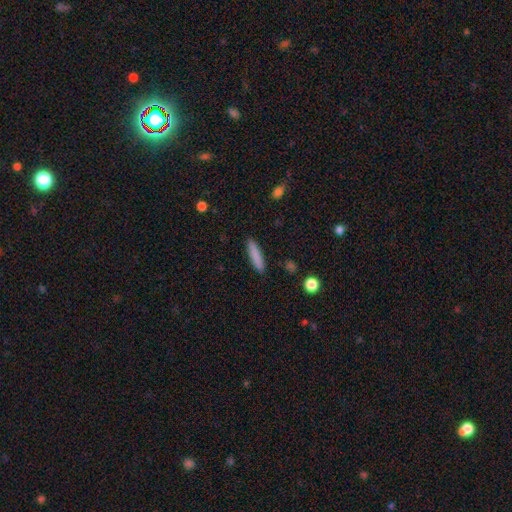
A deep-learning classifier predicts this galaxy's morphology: Smooth or featured: smooth — 84% (featured or disk — 10%)
How rounded: cigar-shaped — 86% (in between — 13%)
Merging: none — 89% (minor disturbance — 8%)